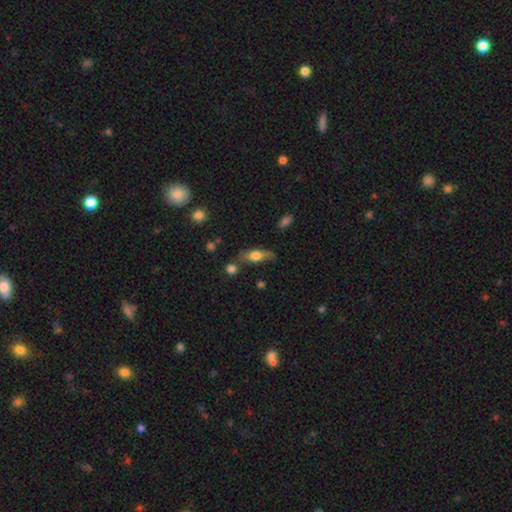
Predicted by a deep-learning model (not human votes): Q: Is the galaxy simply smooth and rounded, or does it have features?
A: smooth — 54%.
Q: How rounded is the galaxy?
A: in between — 58%.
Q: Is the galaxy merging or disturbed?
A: none — 61%.